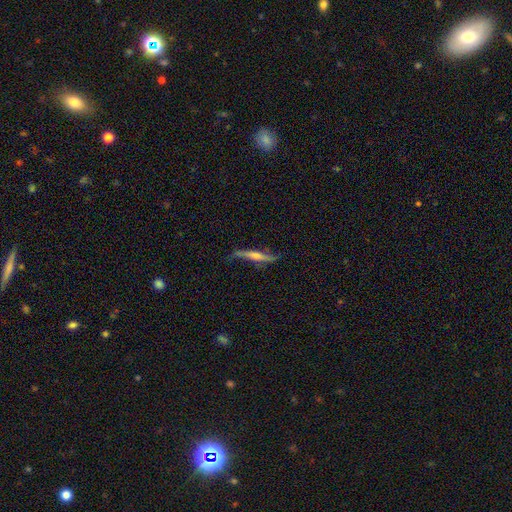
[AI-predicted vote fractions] Smooth or featured?
  - featured or disk: 67% *
  - smooth: 26%
  - star or artifact: 7%
Edge-on disk?
  - yes: 76% *
  - no: 24%
Edge-on bulge?
  - rounded: 63% *
  - none: 22%
  - boxy: 15%
Merging?
  - none: 62% *
  - minor disturbance: 26%
  - major disturbance: 10%
  - merger: 2%